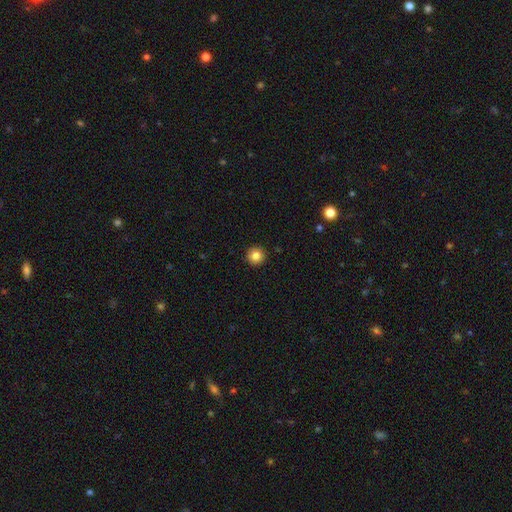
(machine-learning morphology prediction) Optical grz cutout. It shows a smooth galaxy with no disk features (84%) that is round (96%). Merging: none (93%).